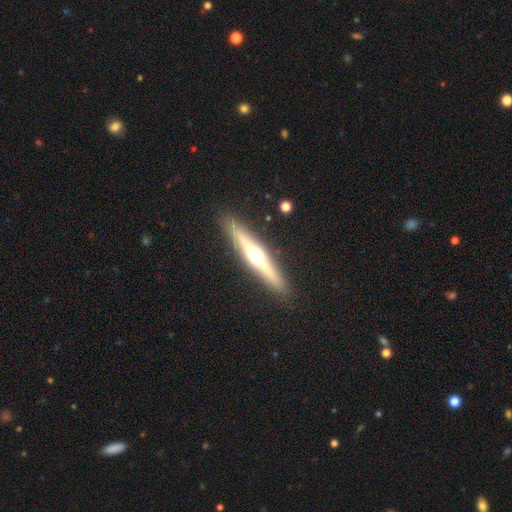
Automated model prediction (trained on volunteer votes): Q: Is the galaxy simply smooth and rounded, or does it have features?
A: featured or disk — 70%.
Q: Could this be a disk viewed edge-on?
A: yes — 97%.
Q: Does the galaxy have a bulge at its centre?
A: rounded — 94%.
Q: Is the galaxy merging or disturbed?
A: none — 90%.